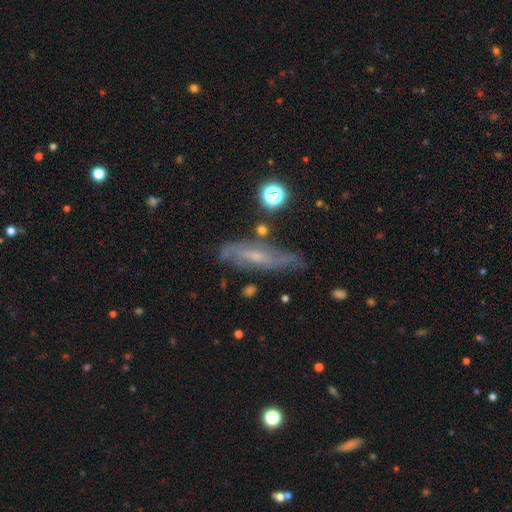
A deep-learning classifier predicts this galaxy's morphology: This is likely a featured or disk galaxy (62%). It is likely not viewed edge-on (61%). Merging: likely none (72%).